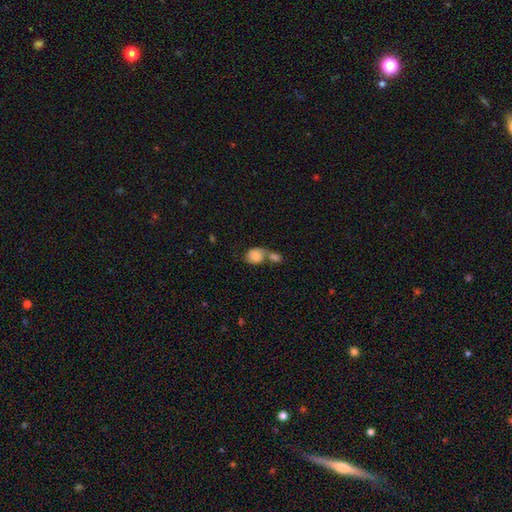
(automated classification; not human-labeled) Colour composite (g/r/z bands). It shows a smooth galaxy with no disk features (83%) that is in between round and cigar-shaped (50%). Merging: merger (65%).